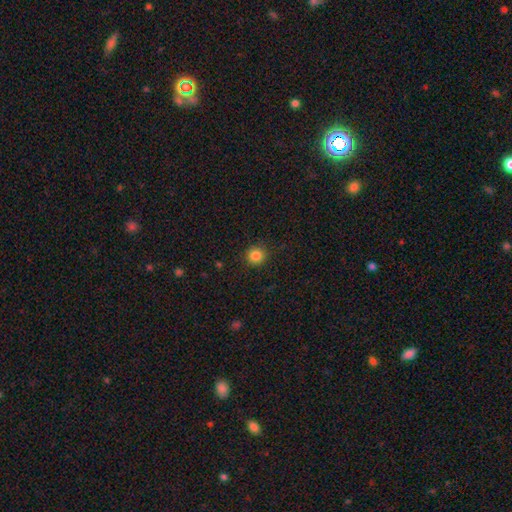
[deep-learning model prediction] Smooth or featured? smooth (85%)
How rounded? round (93%)
Merging? none (90%)